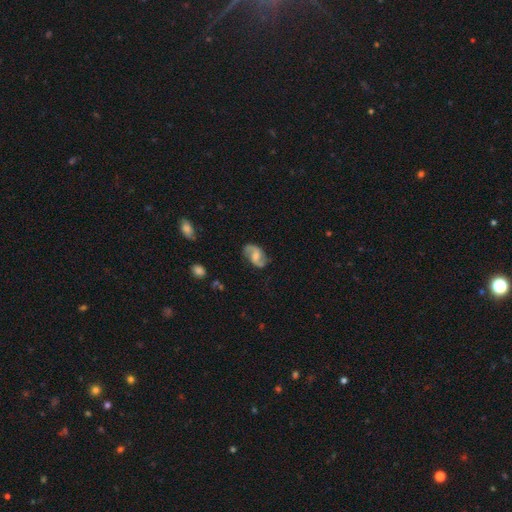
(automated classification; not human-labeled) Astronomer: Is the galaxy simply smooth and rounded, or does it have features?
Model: featured or disk — 81%.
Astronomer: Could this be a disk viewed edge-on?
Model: no — 97%.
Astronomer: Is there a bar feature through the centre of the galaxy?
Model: weak — 49% (runner-up: no, 37%).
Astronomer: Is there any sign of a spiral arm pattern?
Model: yes — 96%.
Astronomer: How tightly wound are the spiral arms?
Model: loose — 51% (runner-up: medium, 39%).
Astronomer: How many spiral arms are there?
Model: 2 — 92%.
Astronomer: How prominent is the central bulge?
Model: moderate — 33% (runner-up: none, 29%).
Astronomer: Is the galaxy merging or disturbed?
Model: none — 78%.